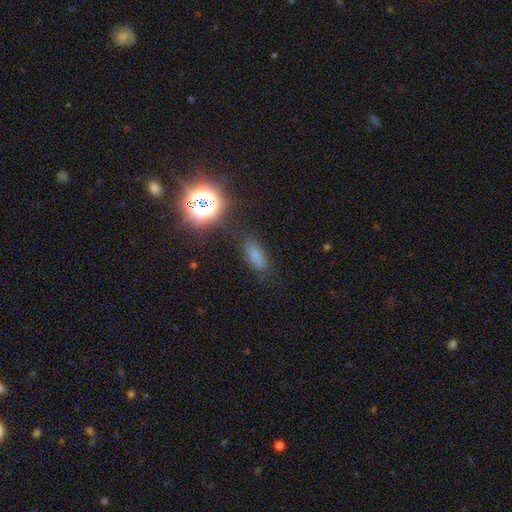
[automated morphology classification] This is likely a smooth galaxy (67%). How rounded: likely in between (77%). Merging: likely none (75%).